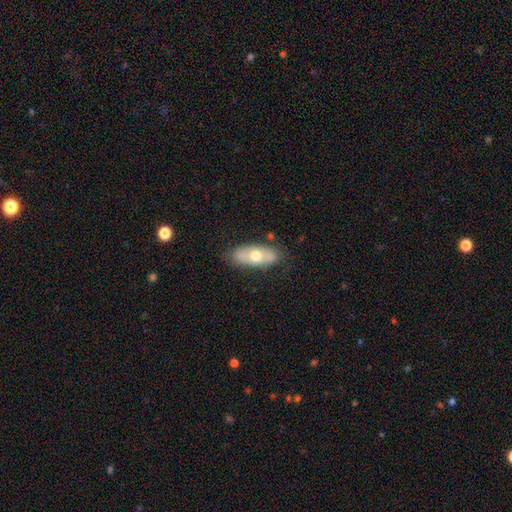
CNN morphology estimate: smooth_or_featured: smooth (p=0.52) [alt: featured or disk p=0.42]
how_rounded: in between (p=0.85) [alt: cigar-shaped p=0.10]
merging: none (p=0.79) [alt: minor disturbance p=0.15]